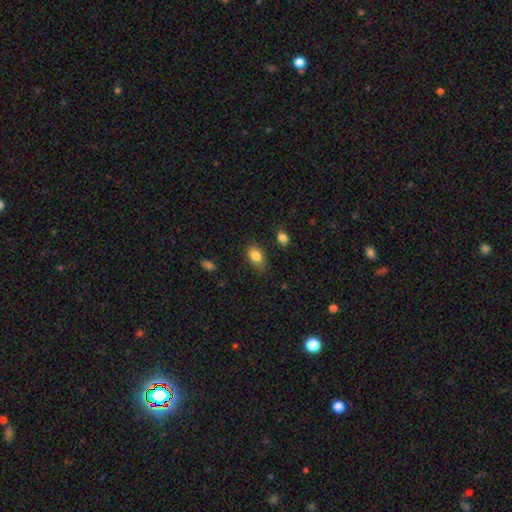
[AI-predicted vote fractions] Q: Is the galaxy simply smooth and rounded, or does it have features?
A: smooth — 84%.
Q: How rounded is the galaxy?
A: in between — 81%.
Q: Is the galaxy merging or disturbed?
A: none — 73%.